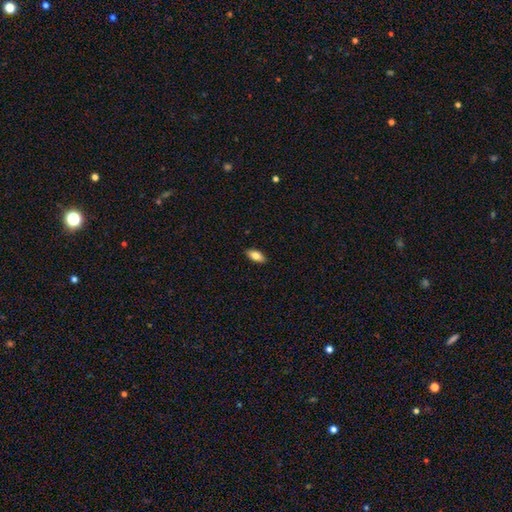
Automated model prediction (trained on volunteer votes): Morphology: type=smooth (82%); roundness=in between (89%); merging=none (89%).